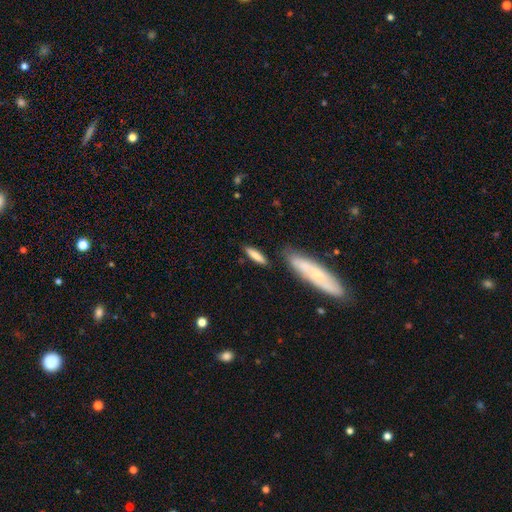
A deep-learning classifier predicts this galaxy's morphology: Smooth or featured? smooth (81%)
How rounded? cigar-shaped (69%)
Merging? none (78%)